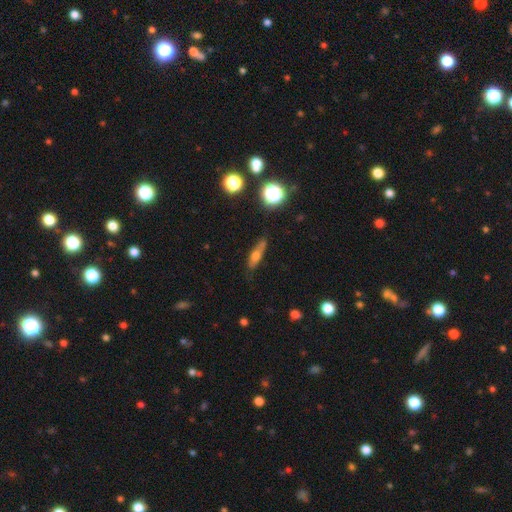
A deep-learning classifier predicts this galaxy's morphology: smooth_or_featured: smooth (p=0.50) [alt: featured or disk p=0.38]
merging: none (p=0.74) [alt: minor disturbance p=0.19]